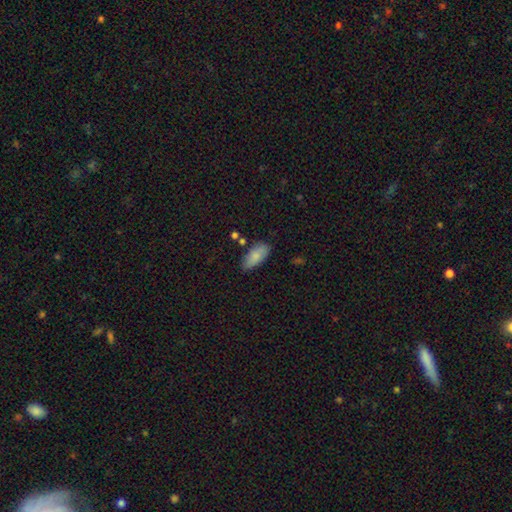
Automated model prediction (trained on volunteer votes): smooth-or-featured: smooth: 84% | featured or disk: 9% | star or artifact: 7%
  how-rounded: in between: 89% | cigar-shaped: 9% | round: 2%
  merging: none: 72% | minor disturbance: 20% | merger: 4% | major disturbance: 4%